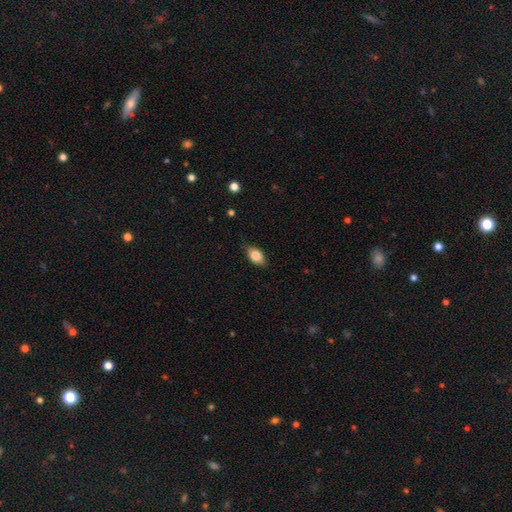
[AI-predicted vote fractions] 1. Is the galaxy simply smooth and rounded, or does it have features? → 81% smooth, 12% featured or disk, 7% star or artifact.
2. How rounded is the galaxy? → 88% in between, 7% round, 6% cigar-shaped.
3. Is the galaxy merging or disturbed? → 79% none, 17% minor disturbance, 3% major disturbance, 1% merger.